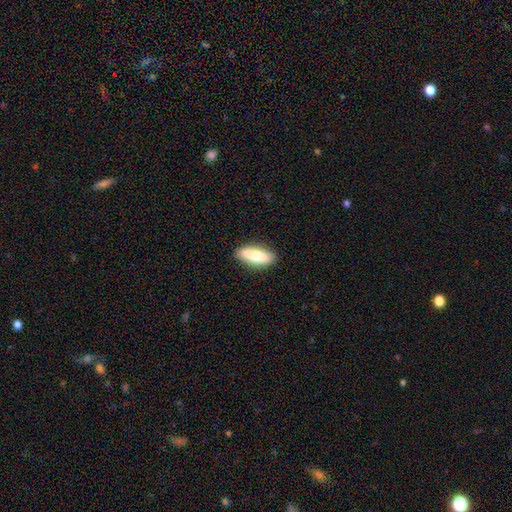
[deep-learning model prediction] Smooth or featured: smooth — 73% (featured or disk — 21%)
How rounded: in between — 64% (cigar-shaped — 34%)
Merging: none — 87% (minor disturbance — 9%)